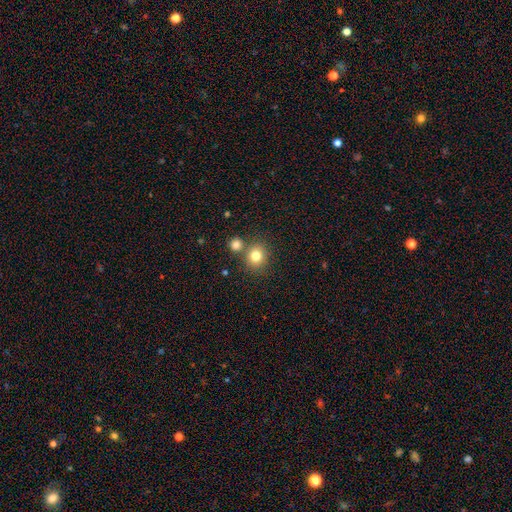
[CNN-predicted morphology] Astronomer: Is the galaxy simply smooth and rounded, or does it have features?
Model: smooth — 80%.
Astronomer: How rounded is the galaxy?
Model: round — 84%.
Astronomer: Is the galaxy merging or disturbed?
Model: none — 72%.